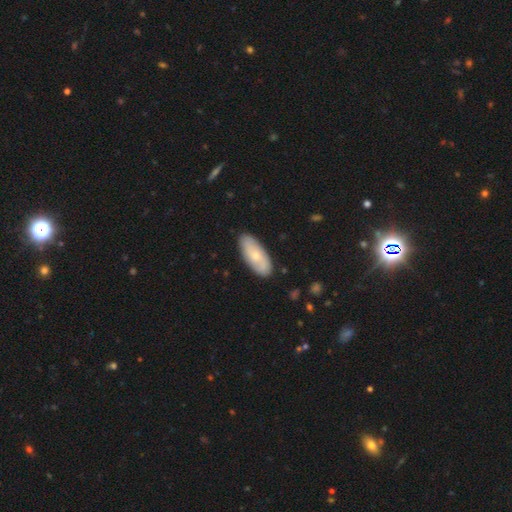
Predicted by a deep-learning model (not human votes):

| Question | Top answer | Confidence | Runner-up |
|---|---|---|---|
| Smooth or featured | smooth | 61% | featured or disk (33%) |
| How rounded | in between | 85% | cigar-shaped (13%) |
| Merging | none | 85% | minor disturbance (11%) |